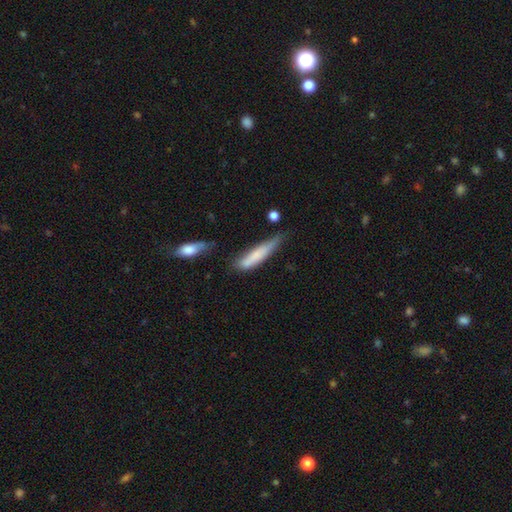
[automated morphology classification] Smooth or featured? Predicted: smooth (p=0.72). How rounded? Predicted: cigar-shaped (p=0.82). Merging? Predicted: none (p=0.44).